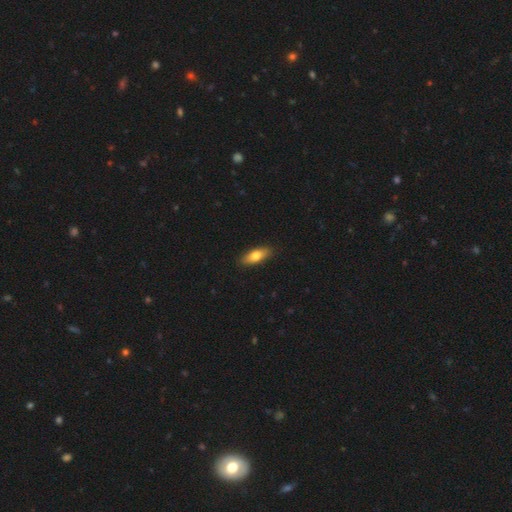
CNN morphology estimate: Smooth or featured?
  - smooth: 74% *
  - featured or disk: 20%
  - star or artifact: 6%
How rounded?
  - in between: 70% *
  - cigar-shaped: 27%
  - round: 3%
Merging?
  - none: 89% *
  - minor disturbance: 8%
  - major disturbance: 2%
  - merger: 1%